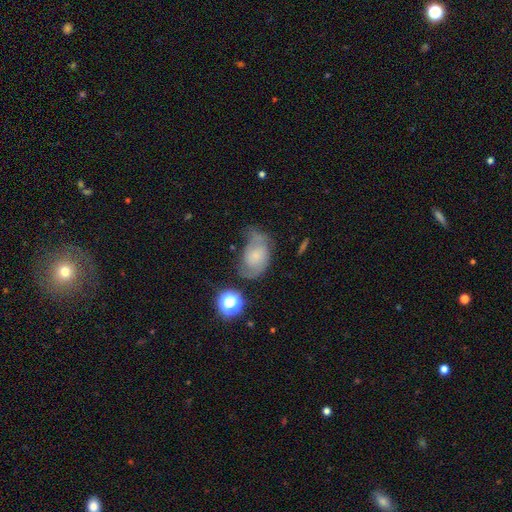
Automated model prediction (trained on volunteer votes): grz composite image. It shows a featured or disk galaxy (52%). Merging: none (40%).